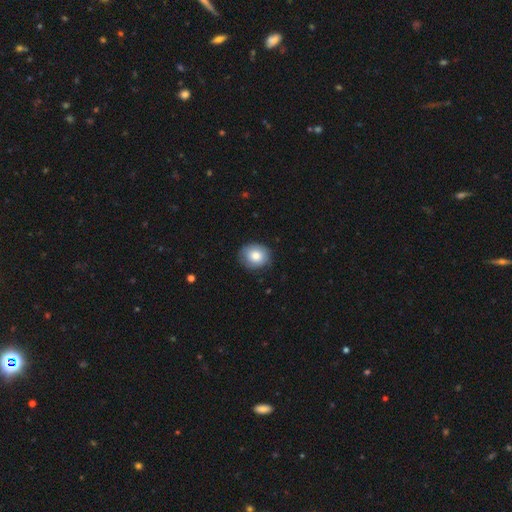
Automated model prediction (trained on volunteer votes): This appears to be a smooth galaxy with no disk features (81%) that is round (74%). Merging: none (82%).